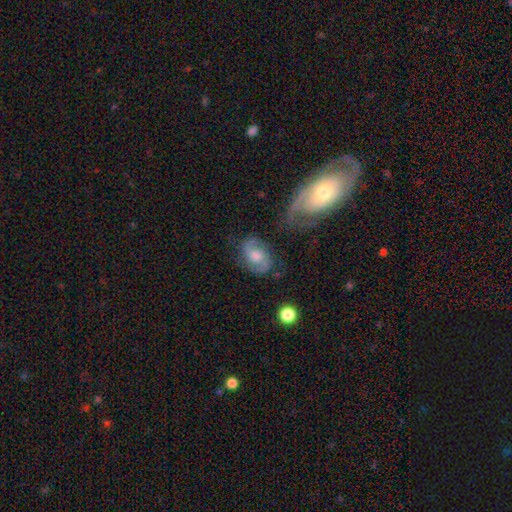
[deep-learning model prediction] Morphology: type=featured or disk (76%); edge-on=no (97%); bar=no (60%); spiral arms=yes (92%); winding=medium (50%); arm count=2 (89%); bulge=moderate (56%); merging=none (70%).